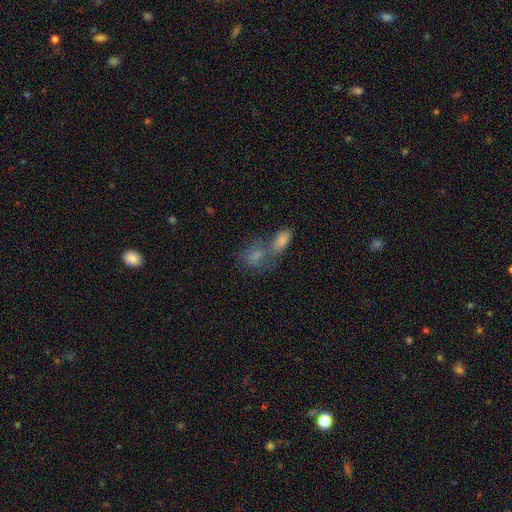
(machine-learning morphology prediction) The model was most divided on "merging": merger: 62%, none: 23%, minor disturbance: 9%, major disturbance: 7%. More confident: how rounded — in between (76%); smooth or featured — smooth (71%).